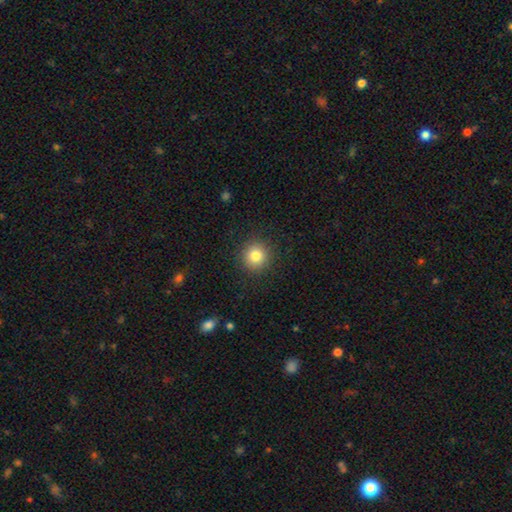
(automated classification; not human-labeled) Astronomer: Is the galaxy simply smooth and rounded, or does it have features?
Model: smooth — 82%.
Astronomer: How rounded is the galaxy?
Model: round — 93%.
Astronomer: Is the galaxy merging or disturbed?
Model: none — 90%.